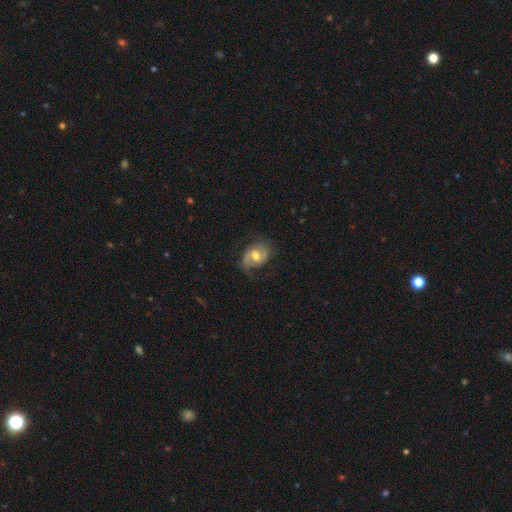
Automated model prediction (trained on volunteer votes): Smooth or featured?
  - featured or disk: 73% *
  - smooth: 20%
  - star or artifact: 6%
Edge-on disk?
  - no: 97% *
  - yes: 3%
Bar?
  - no: 44% *
  - weak: 43%
  - strong: 12%
Spiral arms?
  - yes: 89% *
  - no: 11%
Spiral winding?
  - medium: 45% *
  - loose: 28%
  - tight: 27%
Spiral arm count?
  - 2: 80% *
  - 1: 8%
  - can't tell: 8%
  - 3: 2%
  - 4: 1%
  - more than 4: 1%
Bulge size?
  - moderate: 74% *
  - small: 12%
  - large: 11%
  - none: 1%
  - dominant: 1%
Merging?
  - none: 66% *
  - minor disturbance: 20%
  - major disturbance: 13%
  - merger: 1%